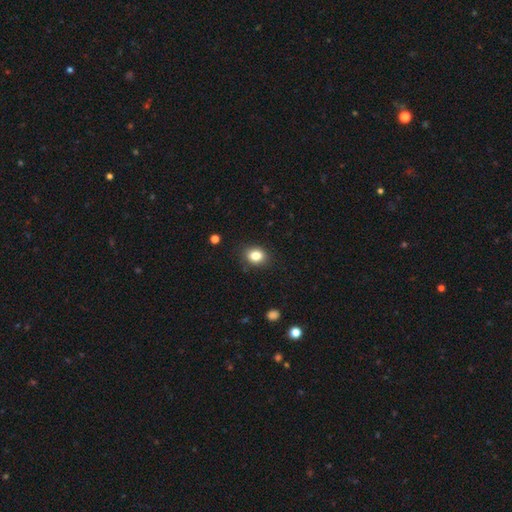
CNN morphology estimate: The model was most divided on "how rounded": round: 51%, in between: 48%, cigar-shaped: 1%. More confident: merging — none (86%); smooth or featured — smooth (83%).